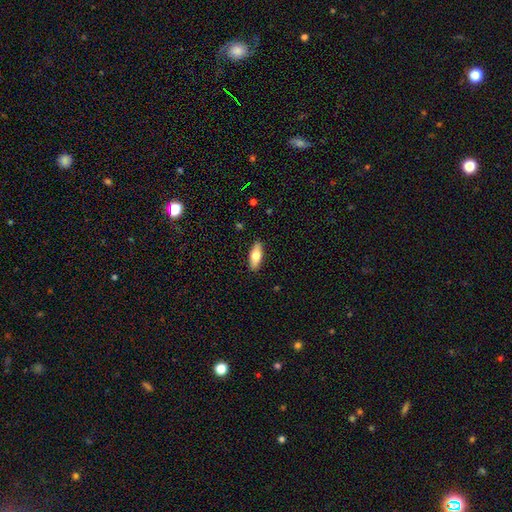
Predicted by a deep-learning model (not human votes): Q: Smooth or featured?
A: smooth (70%); runner-up: featured or disk (24%)
Q: How rounded?
A: in between (69%); runner-up: cigar-shaped (28%)
Q: Merging?
A: none (89%); runner-up: minor disturbance (8%)